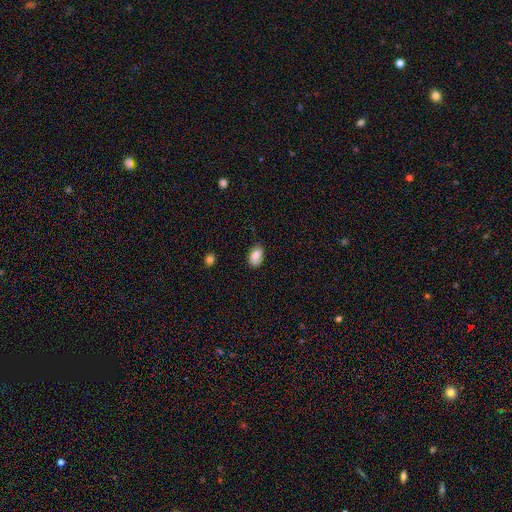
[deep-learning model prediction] This is clearly a smooth galaxy (83%). How rounded: clearly in between (87%). Merging: likely none (68%).